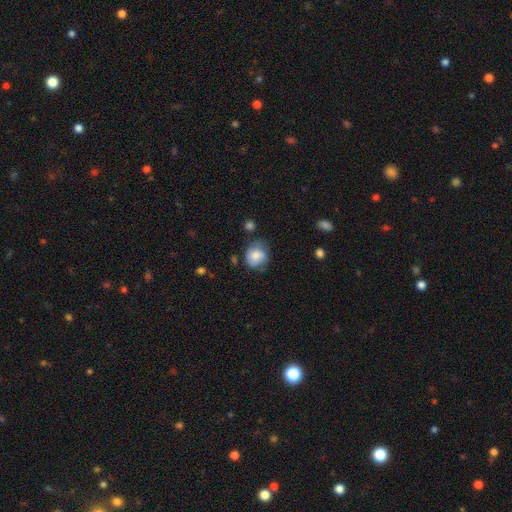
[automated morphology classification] type=smooth (75%); roundness=round (71%); merging=none (55%).